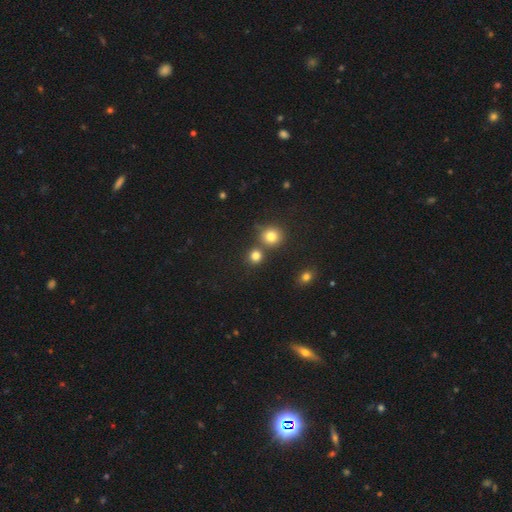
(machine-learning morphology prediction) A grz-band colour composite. It shows a smooth galaxy with no disk features (79%) that is round (89%). Merging: none (71%).